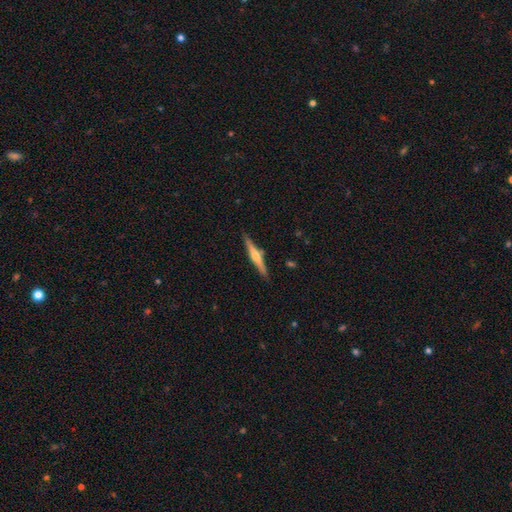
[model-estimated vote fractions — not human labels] A featured or disk galaxy (66%) viewed edge-on (97%) with a rounded central bulge (87%). Merging: none (88%).